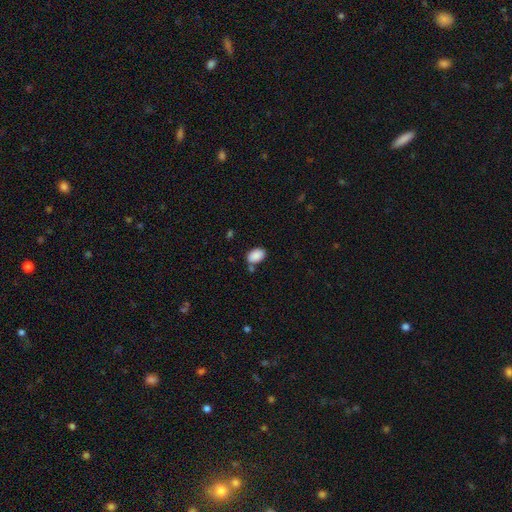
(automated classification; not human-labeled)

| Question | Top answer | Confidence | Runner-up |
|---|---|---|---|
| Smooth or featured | smooth | 89% | star or artifact (8%) |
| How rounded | in between | 88% | round (11%) |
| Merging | none | 68% | minor disturbance (16%) |